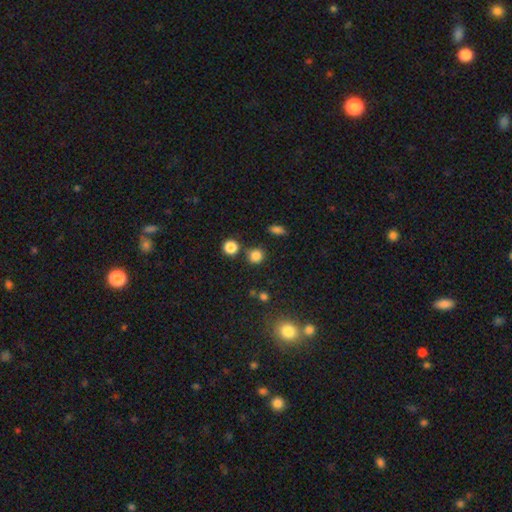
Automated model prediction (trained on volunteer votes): The model was most divided on "smooth or featured": smooth: 81%, star or artifact: 15%, featured or disk: 4%. More confident: how rounded — round (88%); merging — none (78%).